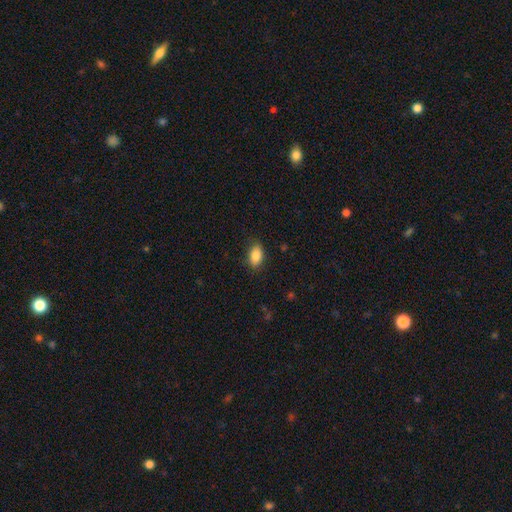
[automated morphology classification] Overall: smooth (85%). How rounded: in between (89%). Merging: none (85%).